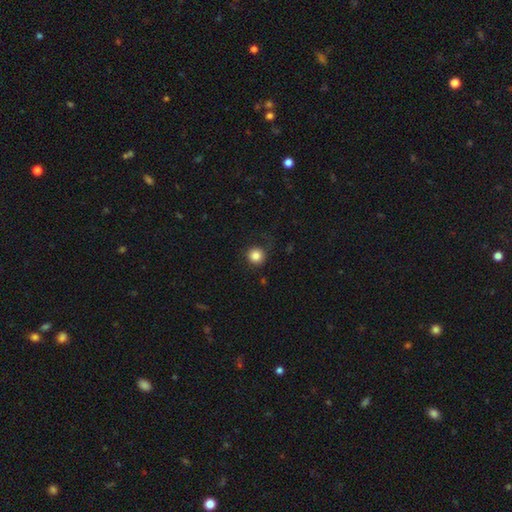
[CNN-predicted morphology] type=smooth (85%); roundness=round (94%); merging=none (84%).